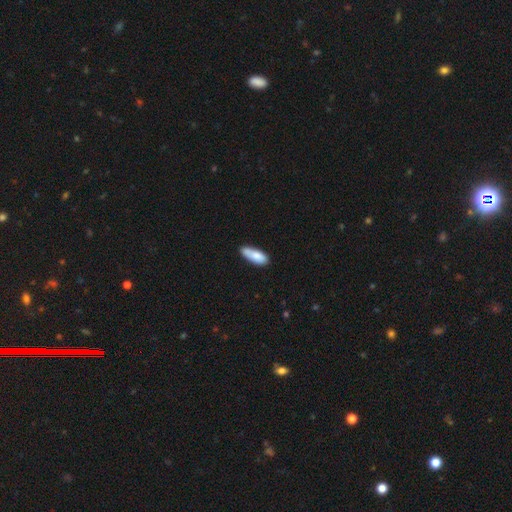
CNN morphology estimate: Smooth or featured? Predicted: smooth (p=0.82). How rounded? Predicted: in between (p=0.68). Merging? Predicted: none (p=0.69).